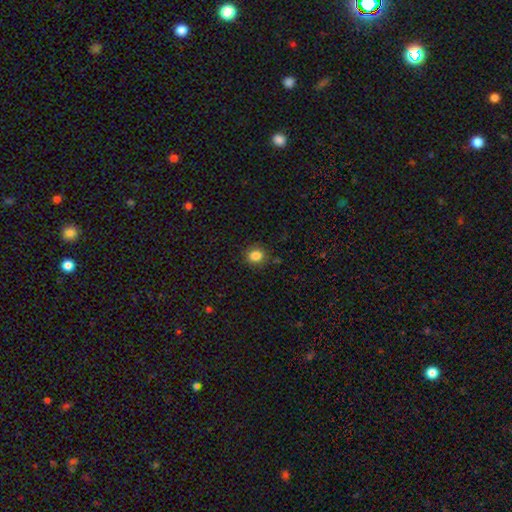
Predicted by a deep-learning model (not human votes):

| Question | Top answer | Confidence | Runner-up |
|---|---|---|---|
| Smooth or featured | smooth | 84% | star or artifact (11%) |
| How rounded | round | 80% | in between (19%) |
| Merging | none | 87% | minor disturbance (9%) |